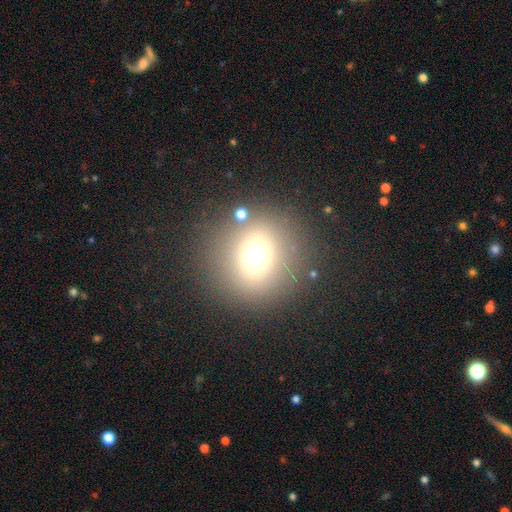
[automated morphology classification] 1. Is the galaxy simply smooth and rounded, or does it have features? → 68% smooth, 18% star or artifact, 13% featured or disk.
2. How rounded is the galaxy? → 91% round, 8% in between, 1% cigar-shaped.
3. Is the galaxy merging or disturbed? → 83% none, 8% minor disturbance, 5% major disturbance, 4% merger.